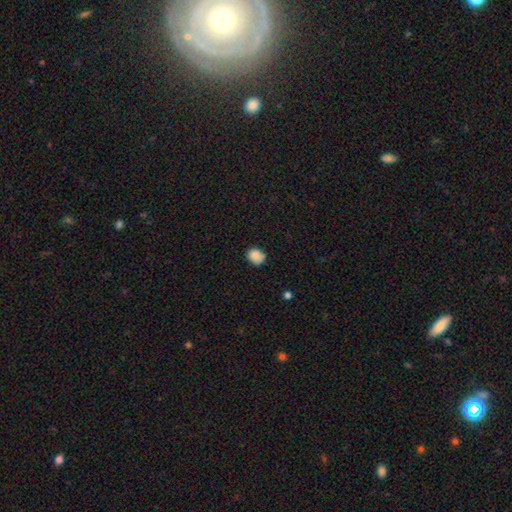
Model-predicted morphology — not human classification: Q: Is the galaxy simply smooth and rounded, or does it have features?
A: smooth — 85%.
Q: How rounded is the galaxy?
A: round — 61%.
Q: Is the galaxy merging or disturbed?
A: none — 67%.